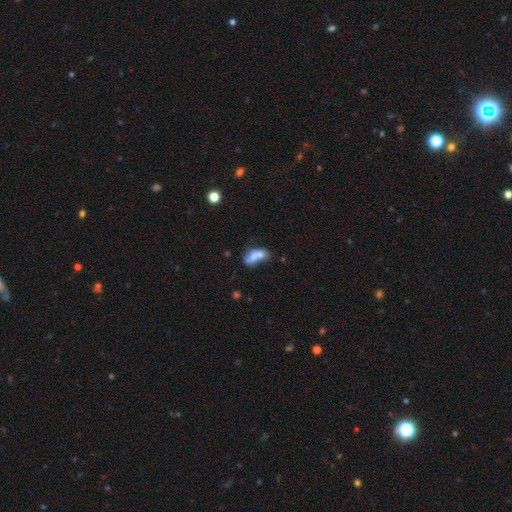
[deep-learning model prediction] Smooth or featured: smooth — 62% (featured or disk — 27%)
How rounded: in between — 79% (cigar-shaped — 11%)
Merging: merger — 47% (none — 25%)